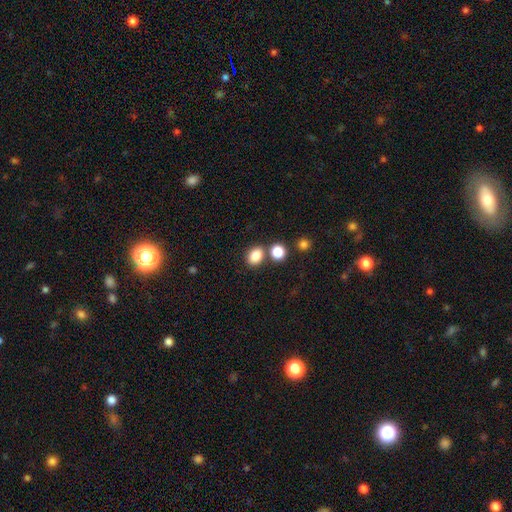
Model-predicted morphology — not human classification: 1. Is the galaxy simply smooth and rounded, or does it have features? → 85% smooth, 10% star or artifact, 5% featured or disk.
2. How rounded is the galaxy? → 64% in between, 35% round, 1% cigar-shaped.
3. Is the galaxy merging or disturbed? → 71% none, 16% merger, 10% minor disturbance, 3% major disturbance.